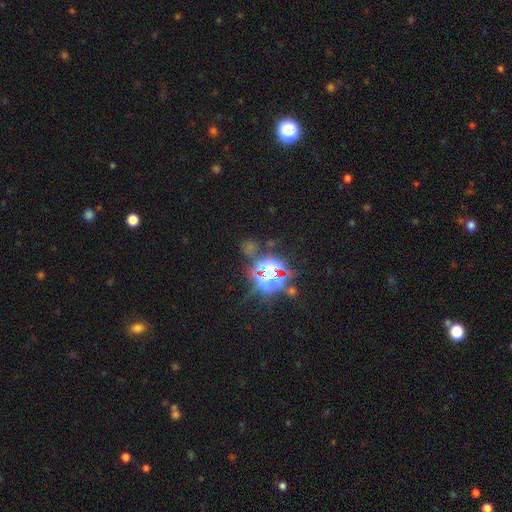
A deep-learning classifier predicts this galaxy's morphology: Smooth or featured? star or artifact (81%)